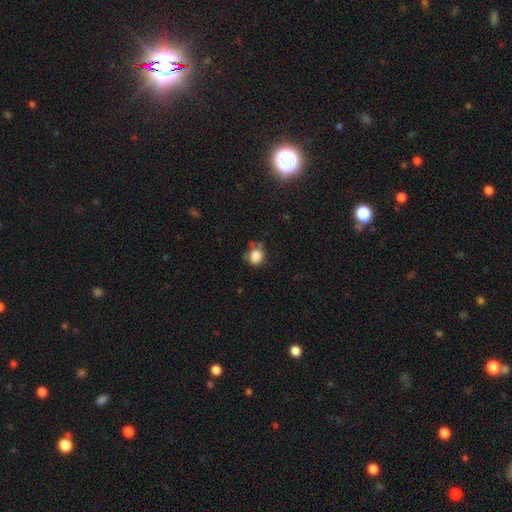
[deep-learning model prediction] Smooth or featured? Predicted: smooth (p=0.83). How rounded? Predicted: round (p=0.77). Merging? Predicted: none (p=0.58).